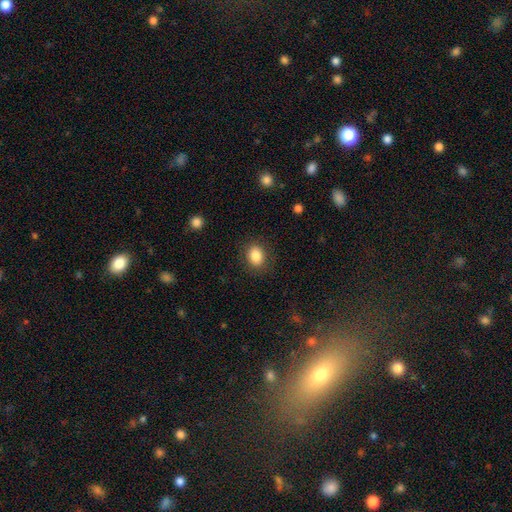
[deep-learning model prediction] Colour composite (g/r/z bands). It shows a smooth galaxy with no disk features (86%) that is in between round and cigar-shaped (60%). Merging: none (86%).